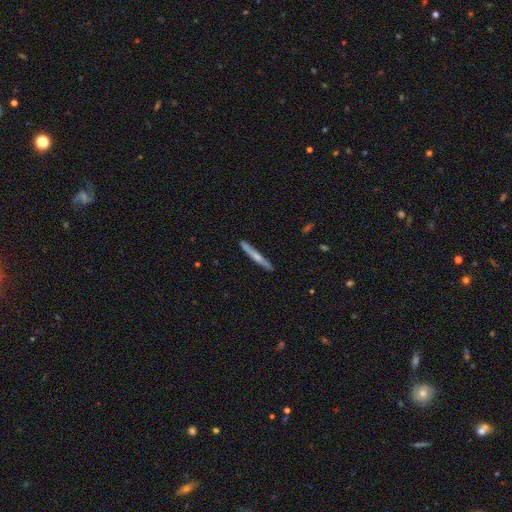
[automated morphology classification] Smooth or featured? featured or disk (50%)
Edge-on disk? yes (97%)
Merging? none (90%)